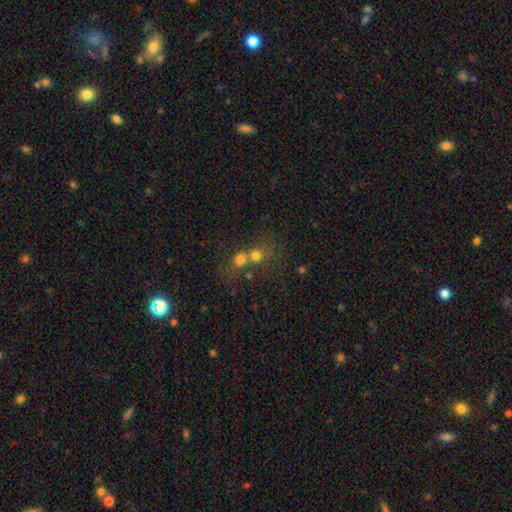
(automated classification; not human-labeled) The model was most divided on "merging": merger: 56%, none: 33%, minor disturbance: 6%, major disturbance: 5%. More confident: how rounded — round (80%); smooth or featured — smooth (67%).